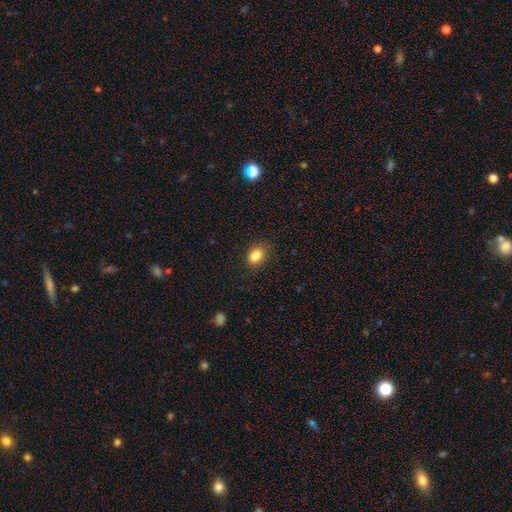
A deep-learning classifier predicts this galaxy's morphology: This is clearly a smooth galaxy (85%). How rounded: likely in between (75%). Merging: likely none (79%).